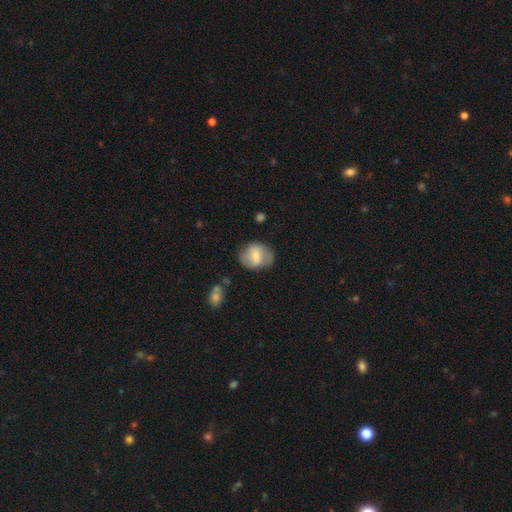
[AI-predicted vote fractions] smooth-or-featured: smooth: 54% | featured or disk: 39% | star or artifact: 7%
  how-rounded: round: 58% | in between: 41% | cigar-shaped: 1%
  merging: none: 66% | minor disturbance: 23% | major disturbance: 8% | merger: 3%